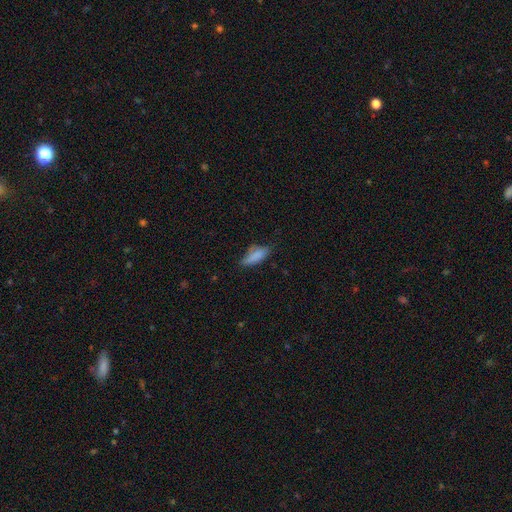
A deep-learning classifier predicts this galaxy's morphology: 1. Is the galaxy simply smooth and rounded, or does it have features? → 80% smooth, 12% featured or disk, 8% star or artifact.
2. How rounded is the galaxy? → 70% in between, 28% cigar-shaped, 2% round.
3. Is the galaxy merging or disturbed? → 54% none, 33% minor disturbance, 10% major disturbance, 3% merger.